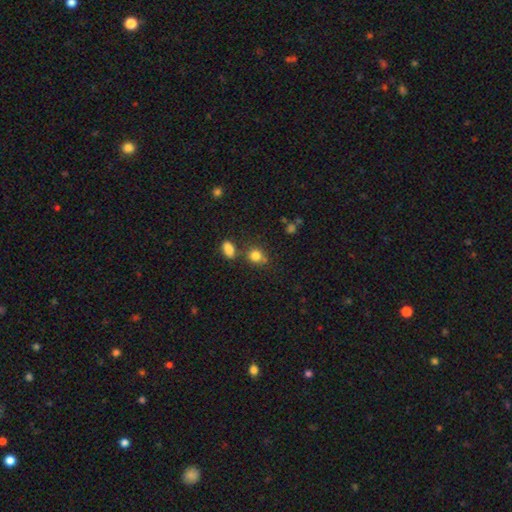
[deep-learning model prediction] Q: Smooth or featured?
A: smooth (80%); runner-up: star or artifact (13%)
Q: How rounded?
A: round (73%); runner-up: in between (25%)
Q: Merging?
A: none (62%); runner-up: merger (20%)